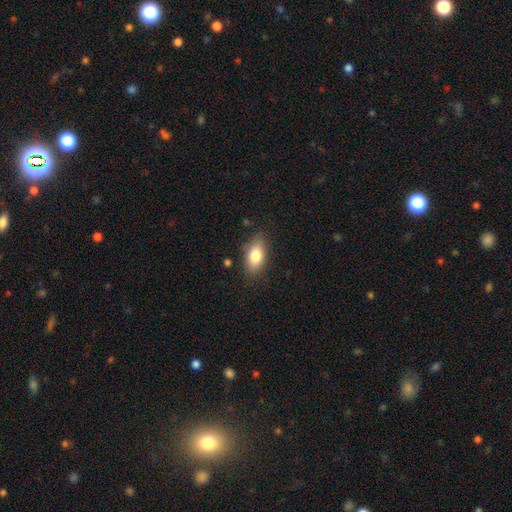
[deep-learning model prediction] Overall: smooth (79%). How rounded: in between (86%). Merging: none (79%).